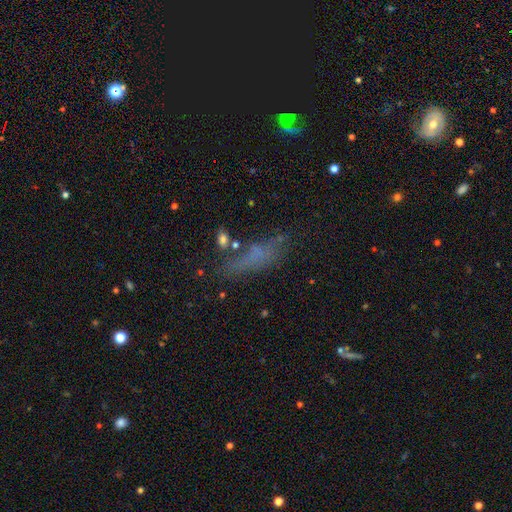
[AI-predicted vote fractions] Smooth or featured?
  - smooth: 54% *
  - featured or disk: 26%
  - star or artifact: 19%
How rounded?
  - cigar-shaped: 53% *
  - in between: 42%
  - round: 5%
Merging?
  - none: 54% *
  - minor disturbance: 23%
  - major disturbance: 17%
  - merger: 7%